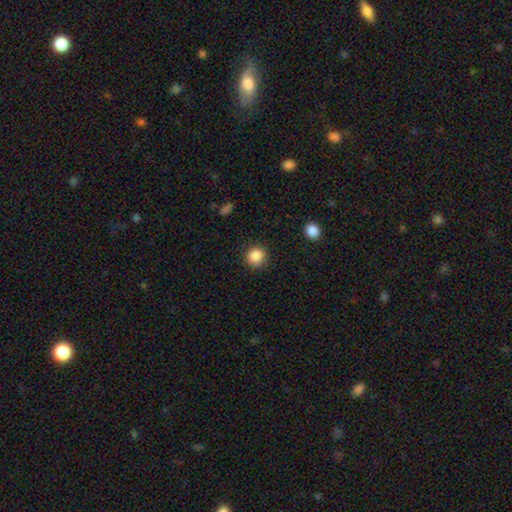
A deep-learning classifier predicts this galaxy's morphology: A smooth galaxy with no disk features (87%) that is round (91%). Merging: none (86%).